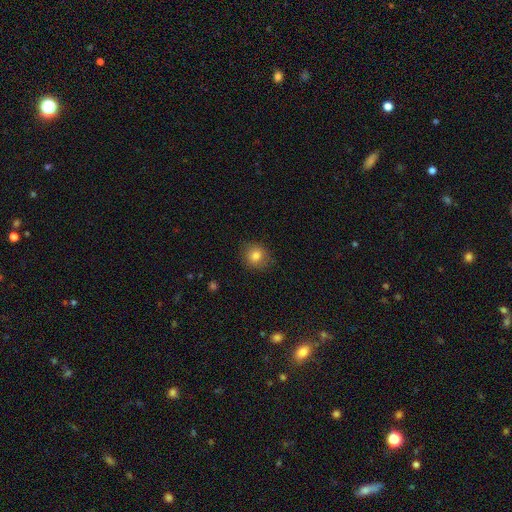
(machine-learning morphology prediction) Q: Smooth or featured?
A: smooth (81%); runner-up: star or artifact (11%)
Q: How rounded?
A: round (81%); runner-up: in between (18%)
Q: Merging?
A: none (85%); runner-up: minor disturbance (11%)